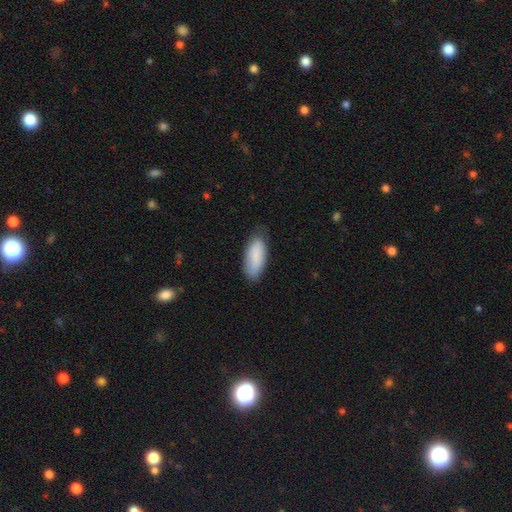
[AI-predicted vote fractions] smooth 85%, featured or disk 9%, star or artifact 6%. Down the decision tree: how rounded — in between (76%); merging — none (71%).